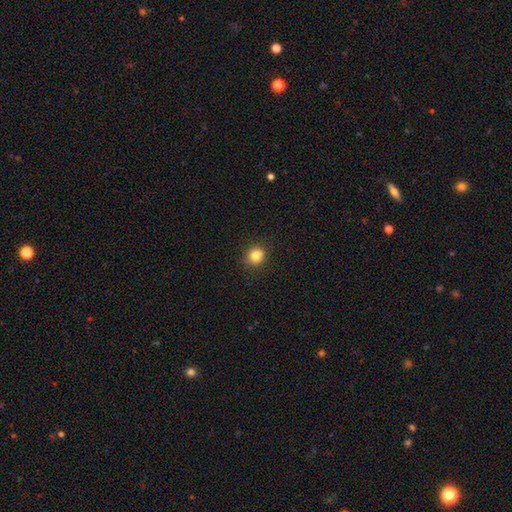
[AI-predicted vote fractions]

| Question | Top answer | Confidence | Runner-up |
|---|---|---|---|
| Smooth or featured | smooth | 83% | star or artifact (12%) |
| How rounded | round | 83% | in between (16%) |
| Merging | none | 84% | minor disturbance (11%) |